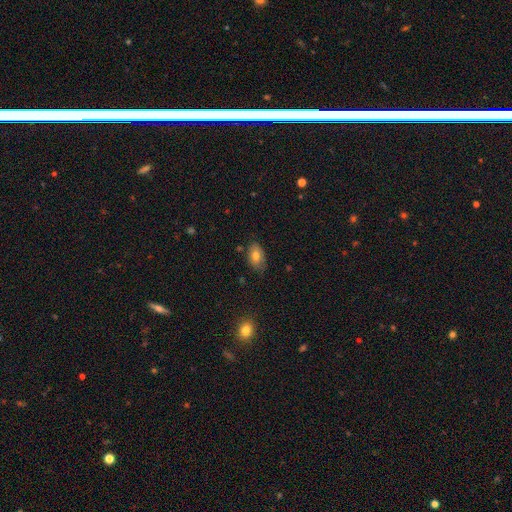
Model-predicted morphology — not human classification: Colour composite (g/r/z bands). It shows a smooth galaxy with no disk features (76%) that is in between round and cigar-shaped (90%). Merging: none (73%).